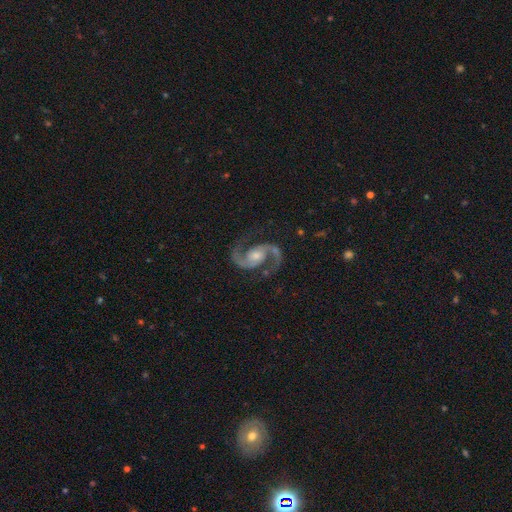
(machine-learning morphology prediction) Smooth or featured? Predicted: featured or disk (p=0.94). Edge-on disk? Predicted: no (p=0.98). Bar? Predicted: no (p=0.53). Spiral arms? Predicted: yes (p=0.99). Spiral winding? Predicted: medium (p=0.67). Spiral arm count? Predicted: 2 (p=0.95). Bulge size? Predicted: moderate (p=0.54). Merging? Predicted: none (p=0.84).